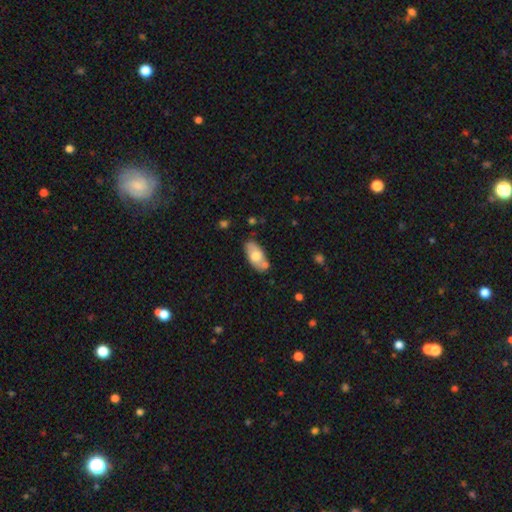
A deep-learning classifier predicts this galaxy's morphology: Smooth or featured: smooth — 69% (featured or disk — 25%)
How rounded: in between — 91% (cigar-shaped — 6%)
Merging: none — 68% (minor disturbance — 17%)